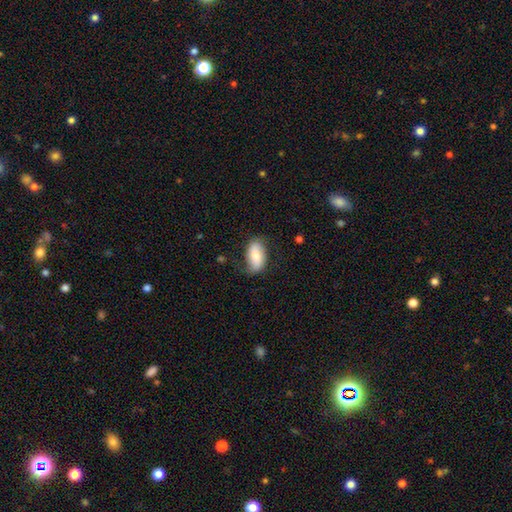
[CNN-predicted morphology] smooth_or_featured: smooth (p=0.72) [alt: featured or disk p=0.22]
how_rounded: in between (p=0.93) [alt: cigar-shaped p=0.04]
merging: none (p=0.68) [alt: minor disturbance p=0.24]